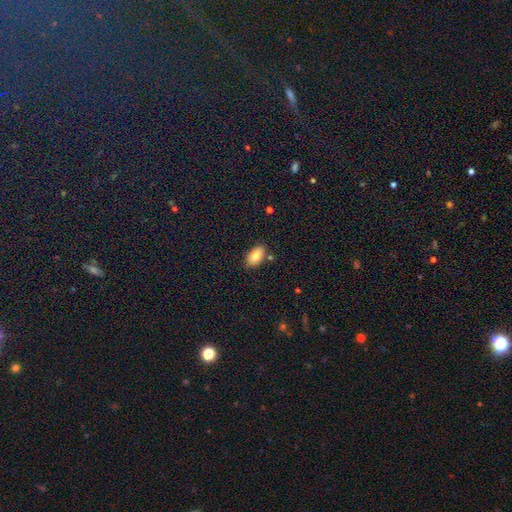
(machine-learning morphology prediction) smooth 80%, featured or disk 12%, star or artifact 8%. Down the decision tree: how rounded — in between (92%); merging — none (83%).